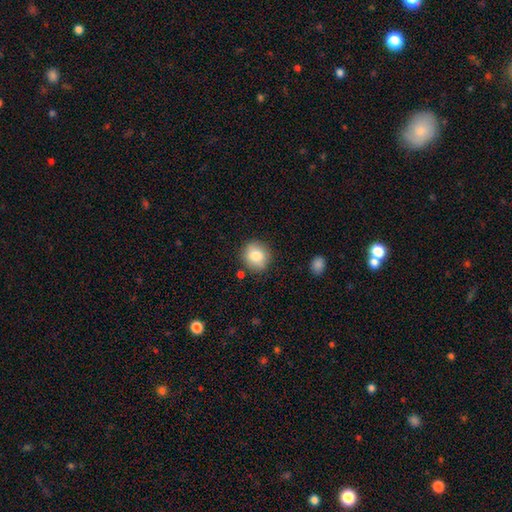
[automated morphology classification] This is clearly a smooth galaxy (81%). How rounded: clearly round (83%). Merging: clearly none (85%).